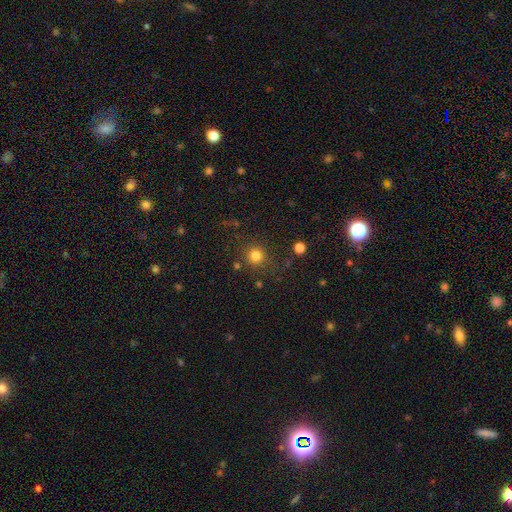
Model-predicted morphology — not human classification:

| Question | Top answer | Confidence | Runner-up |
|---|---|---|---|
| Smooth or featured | smooth | 80% | star or artifact (15%) |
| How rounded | round | 93% | in between (6%) |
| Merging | none | 83% | minor disturbance (9%) |